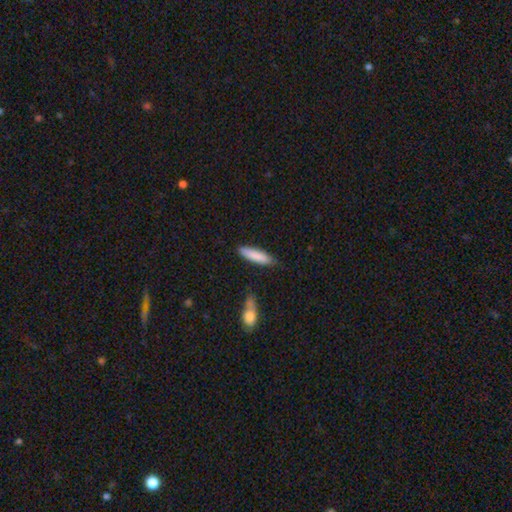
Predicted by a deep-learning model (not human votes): Morphology: type=smooth (84%); roundness=cigar-shaped (73%); merging=none (78%).